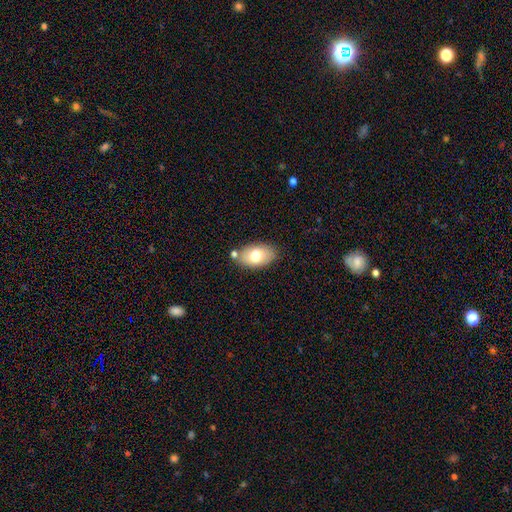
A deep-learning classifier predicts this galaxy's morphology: A smooth galaxy with no disk features (73%) that is in between round and cigar-shaped (91%). Merging: none (75%).